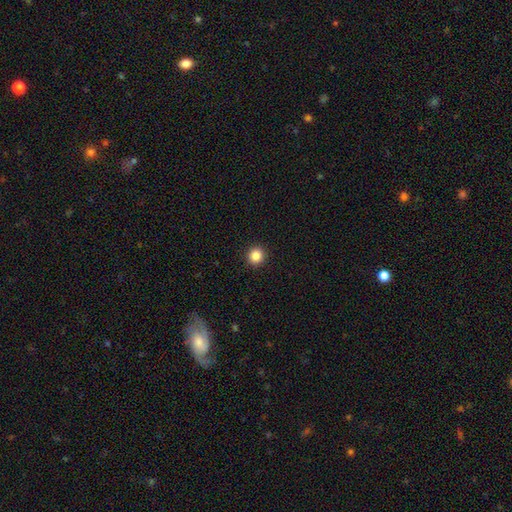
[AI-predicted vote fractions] Q: Smooth or featured?
A: smooth (86%); runner-up: star or artifact (10%)
Q: How rounded?
A: round (93%); runner-up: in between (6%)
Q: Merging?
A: none (93%); runner-up: minor disturbance (4%)